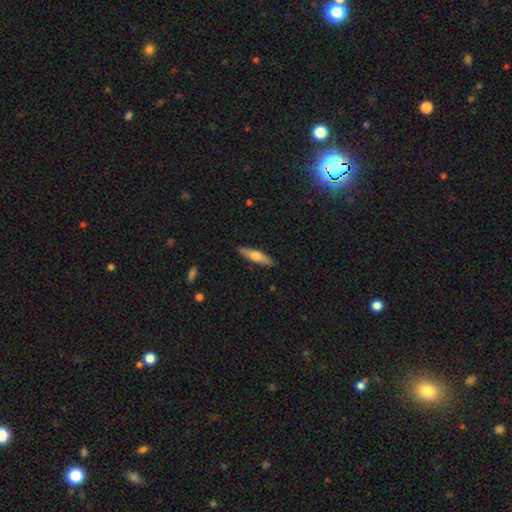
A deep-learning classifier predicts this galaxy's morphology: Overall: smooth (53%; featured or disk 42%). How rounded: cigar-shaped (70%). Merging: none (90%).